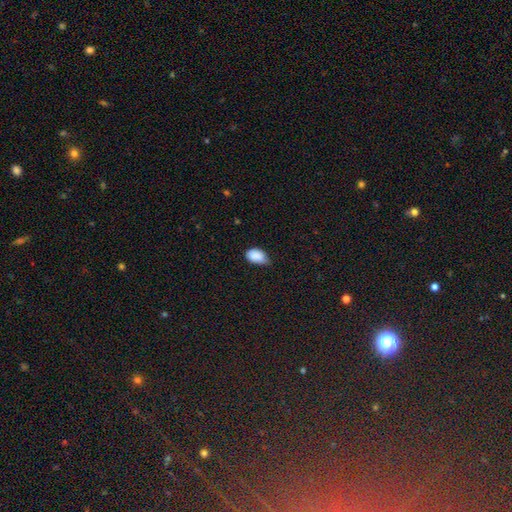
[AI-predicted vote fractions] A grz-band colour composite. It shows a smooth galaxy with no disk features (86%) that is in between round and cigar-shaped (87%). Merging: minor disturbance (51%).